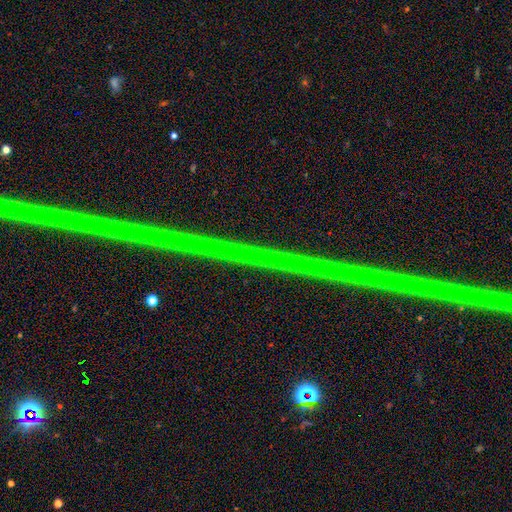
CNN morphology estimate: Smooth or featured: star or artifact — 87% (featured or disk — 9%)